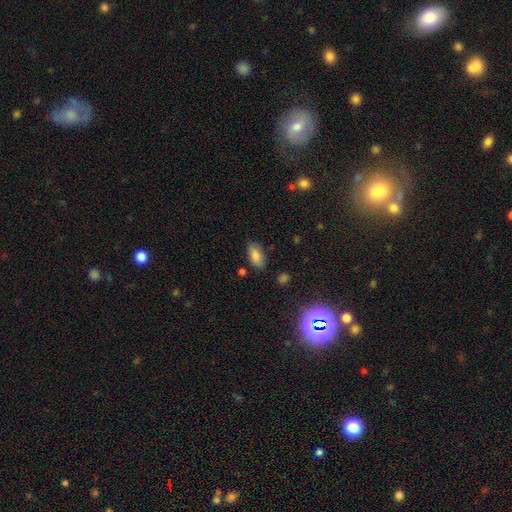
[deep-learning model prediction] Smooth or featured?
  - smooth: 84% *
  - star or artifact: 9%
  - featured or disk: 7%
How rounded?
  - in between: 92% *
  - cigar-shaped: 4%
  - round: 3%
Merging?
  - none: 82% *
  - minor disturbance: 13%
  - major disturbance: 3%
  - merger: 2%